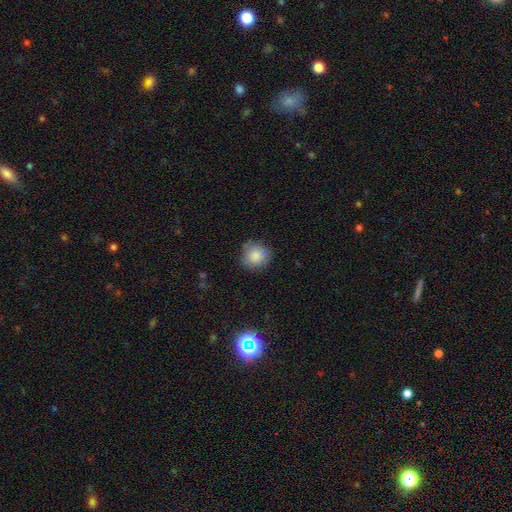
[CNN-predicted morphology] A smooth galaxy with no disk features (84%) that is round (90%). Merging: none (76%).